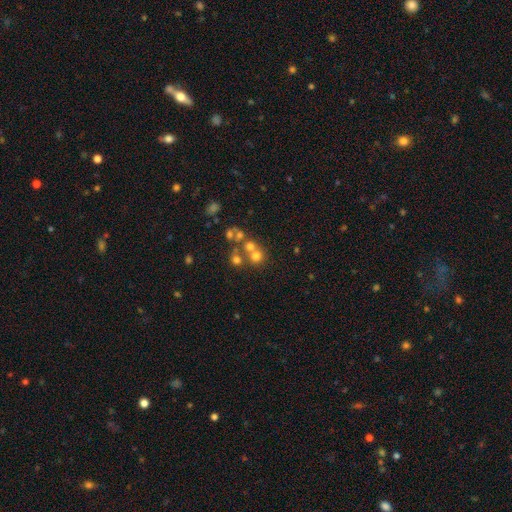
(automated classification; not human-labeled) Overall: smooth (61%). How rounded: round (86%). Merging: none (46%; merger 42%).